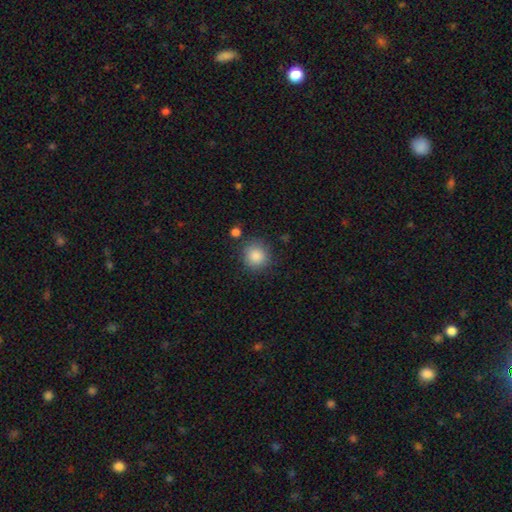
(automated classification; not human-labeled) Morphology: type=smooth (86%); roundness=round (92%); merging=none (85%).